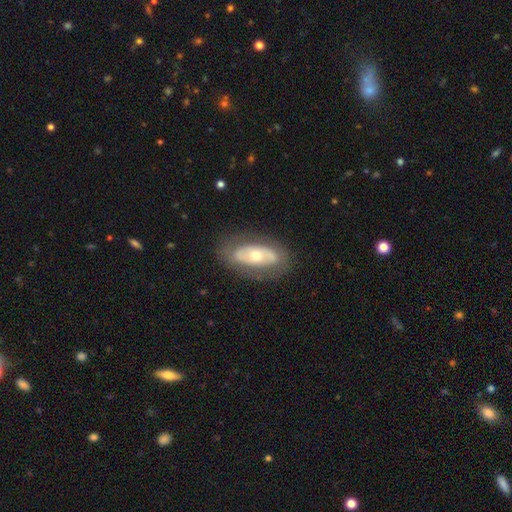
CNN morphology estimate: Smooth or featured? featured or disk (57%)
Edge-on disk? no (86%)
Merging? none (78%)